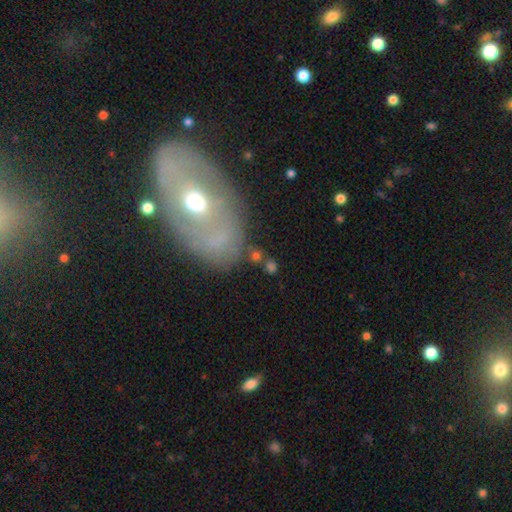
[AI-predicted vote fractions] A featured or disk galaxy (64%) with no bar (67%), no spiral arms (64%) and a moderate central bulge (74%). Merging: none (77%).